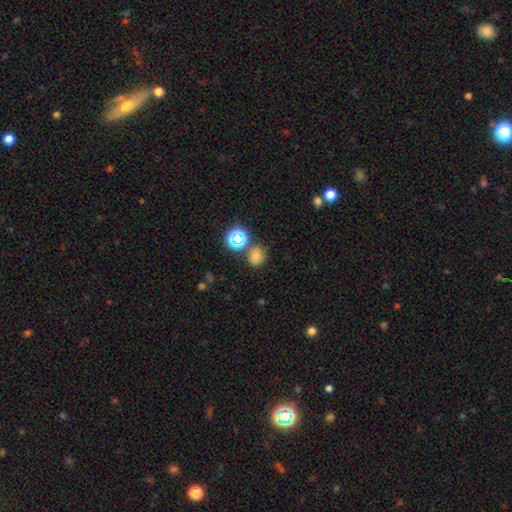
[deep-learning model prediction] This appears to be a smooth galaxy with no disk features (69%) that is round (57%). Merging: none (67%).